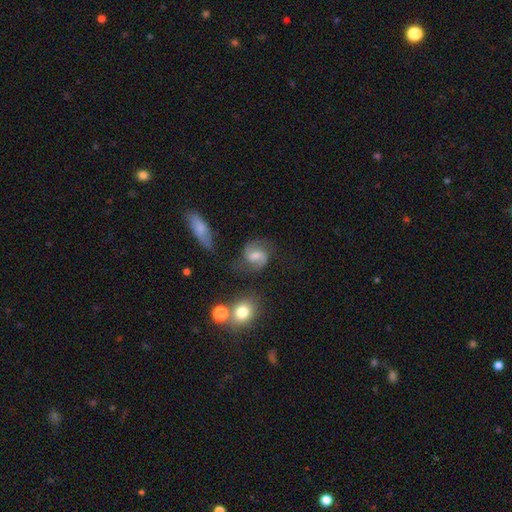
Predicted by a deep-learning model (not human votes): smooth_or_featured: featured or disk (p=0.71) [alt: smooth p=0.20]
disk_edge_on: no (p=0.97) [alt: yes p=0.03]
bar: weak (p=0.53) [alt: no p=0.28]
has_spiral_arms: yes (p=0.94) [alt: no p=0.06]
spiral_winding: medium (p=0.49) [alt: loose p=0.38]
spiral_arm_count: 2 (p=0.91) [alt: can't tell p=0.04]
bulge_size: moderate (p=0.45) [alt: small p=0.33]
merging: none (p=0.66) [alt: minor disturbance p=0.18]